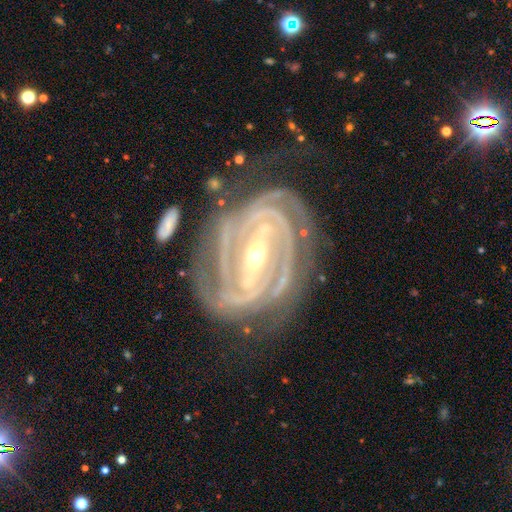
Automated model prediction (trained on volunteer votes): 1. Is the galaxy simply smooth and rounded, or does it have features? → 93% featured or disk, 4% star or artifact, 2% smooth.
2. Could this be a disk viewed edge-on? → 96% no, 4% yes.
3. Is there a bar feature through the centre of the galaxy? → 77% strong, 18% weak, 6% no.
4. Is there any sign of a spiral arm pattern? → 98% yes, 2% no.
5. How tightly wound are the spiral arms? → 78% tight, 19% medium, 3% loose.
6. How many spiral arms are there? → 31% 3, 23% 2, 20% 4, 12% can't tell, 7% more than 4, 6% 1.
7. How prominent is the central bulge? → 51% moderate, 46% small, 2% large, 1% none, 1% dominant.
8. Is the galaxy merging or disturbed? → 72% none, 17% minor disturbance, 9% major disturbance, 2% merger.